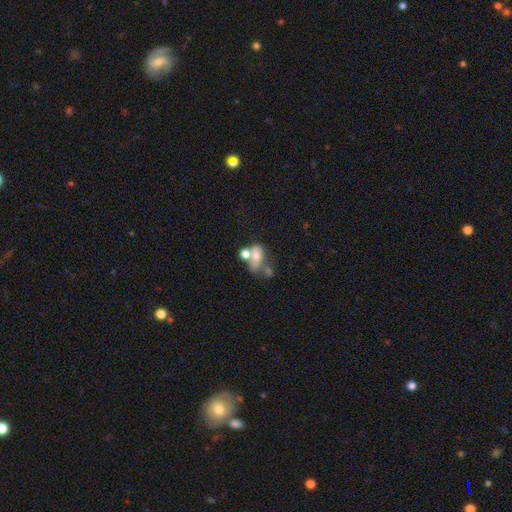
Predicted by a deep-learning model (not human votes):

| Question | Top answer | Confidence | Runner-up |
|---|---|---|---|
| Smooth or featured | smooth | 57% | featured or disk (30%) |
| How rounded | in between | 71% | round (25%) |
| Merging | merger | 53% | none (22%) |